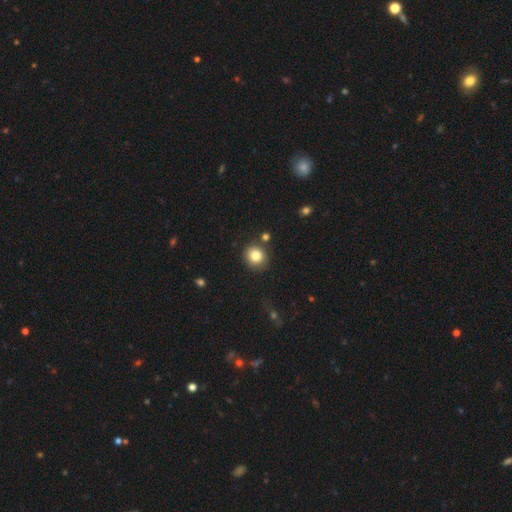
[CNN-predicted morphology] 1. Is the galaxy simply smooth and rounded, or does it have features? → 82% smooth, 11% star or artifact, 8% featured or disk.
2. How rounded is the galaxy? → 85% round, 15% in between, 1% cigar-shaped.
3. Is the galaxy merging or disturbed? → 83% none, 9% minor disturbance, 5% merger, 3% major disturbance.